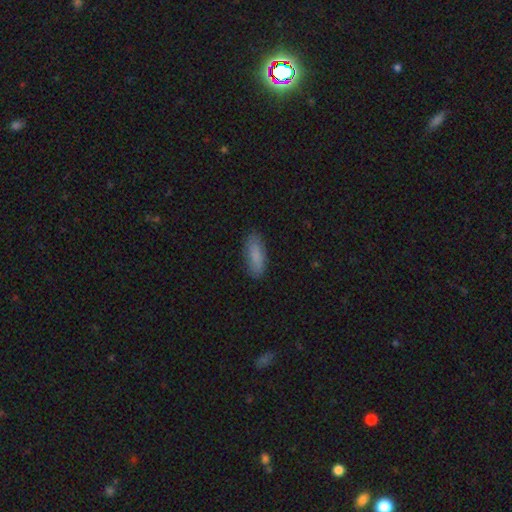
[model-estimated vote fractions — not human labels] This appears to be a smooth galaxy with no disk features (86%) that is in between round and cigar-shaped (67%). Merging: none (85%).